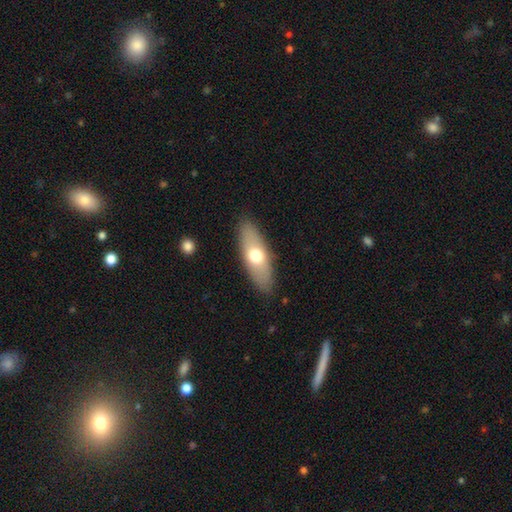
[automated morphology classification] This appears to be a smooth galaxy with no disk features (63%) that is in between round and cigar-shaped (67%). Merging: none (86%).